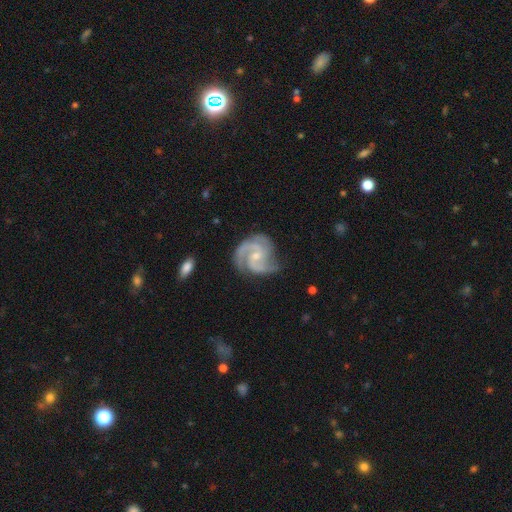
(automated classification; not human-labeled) Smooth or featured: featured or disk — 92% (smooth — 5%)
Edge-on disk: no — 98% (yes — 2%)
Bar: no — 55% (weak — 37%)
Spiral arms: yes — 98% (no — 2%)
Spiral winding: medium — 54% (tight — 36%)
Spiral arm count: 2 — 45% (3 — 41%)
Bulge size: small — 65% (moderate — 30%)
Merging: none — 69% (minor disturbance — 21%)